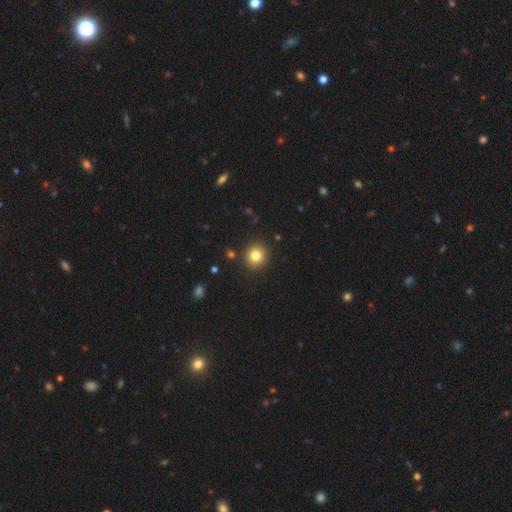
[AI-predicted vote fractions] Smooth or featured?
  - smooth: 82% *
  - star or artifact: 12%
  - featured or disk: 7%
How rounded?
  - round: 87% *
  - in between: 12%
  - cigar-shaped: 1%
Merging?
  - none: 90% *
  - minor disturbance: 6%
  - major disturbance: 2%
  - merger: 2%